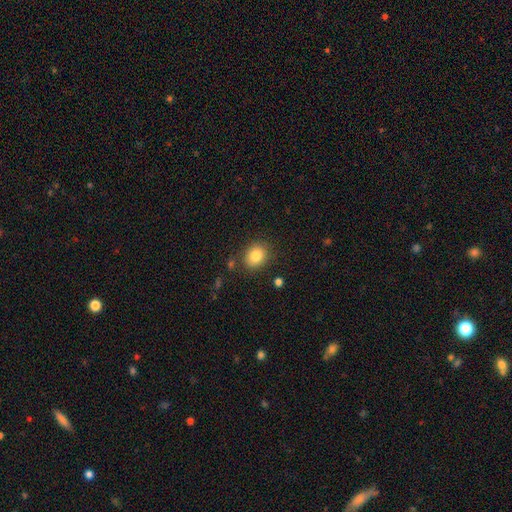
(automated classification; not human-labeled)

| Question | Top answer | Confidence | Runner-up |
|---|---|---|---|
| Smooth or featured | smooth | 84% | star or artifact (9%) |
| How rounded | round | 55% | in between (44%) |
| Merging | none | 82% | minor disturbance (11%) |